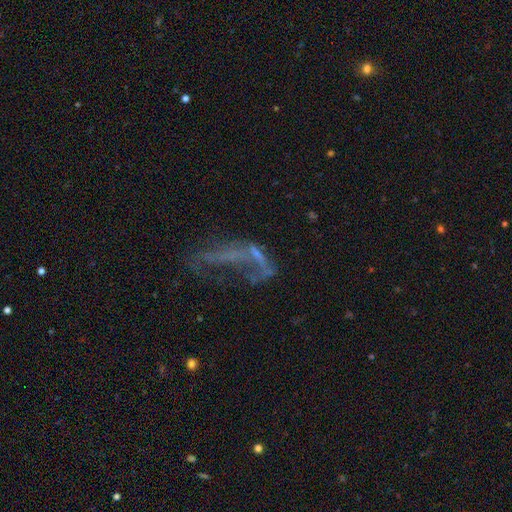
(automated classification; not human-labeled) Smooth or featured: featured or disk — 56% (star or artifact — 22%)
Edge-on disk: no — 89% (yes — 11%)
Merging: major disturbance — 50% (none — 25%)